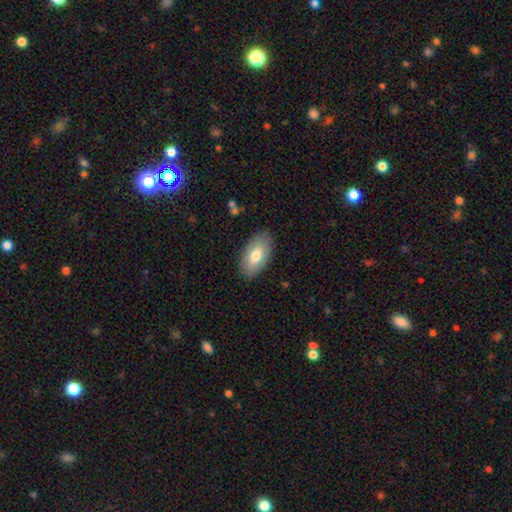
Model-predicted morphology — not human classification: Smooth or featured? smooth (71%)
How rounded? in between (94%)
Merging? none (86%)